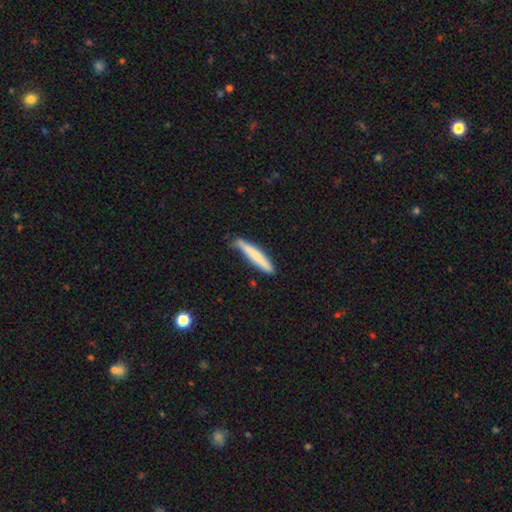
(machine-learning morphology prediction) Q: Smooth or featured?
A: smooth (73%); runner-up: featured or disk (22%)
Q: How rounded?
A: cigar-shaped (94%); runner-up: in between (5%)
Q: Merging?
A: none (76%); runner-up: minor disturbance (20%)